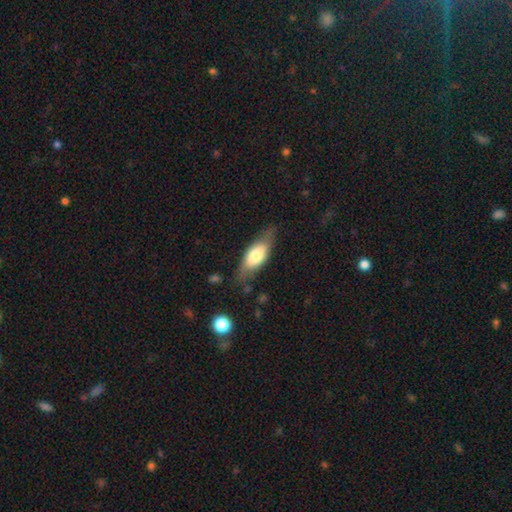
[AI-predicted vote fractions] A smooth galaxy with no disk features (63%) that is in between round and cigar-shaped (75%). Merging: none (69%).